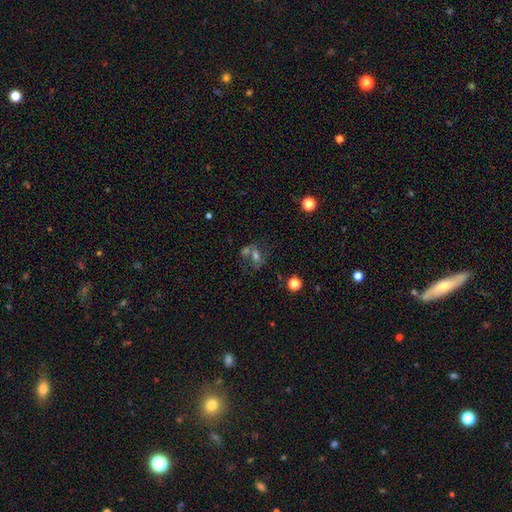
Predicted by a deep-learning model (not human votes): Smooth or featured? Predicted: smooth (p=0.48). Merging? Predicted: merger (p=0.43).